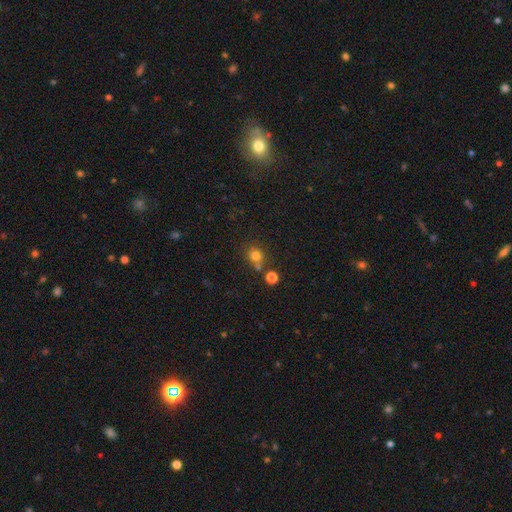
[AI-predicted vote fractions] A smooth galaxy with no disk features (76%) that is round (83%).

Vote fractions:
- Smooth or featured? smooth: 76% / star or artifact: 16% / featured or disk: 8%
- How rounded? round: 83% / in between: 16% / cigar-shaped: 1%
- Merging? none: 60% / merger: 25% / minor disturbance: 10% / major disturbance: 4%